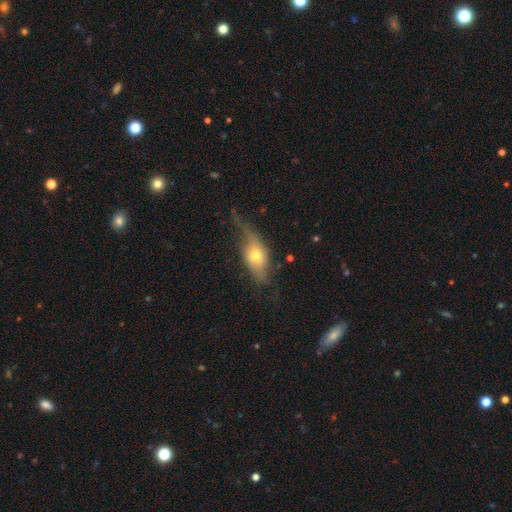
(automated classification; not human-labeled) Overall: smooth (52%; featured or disk 40%). How rounded: in between (76%). Merging: none (40%; minor disturbance 31%).